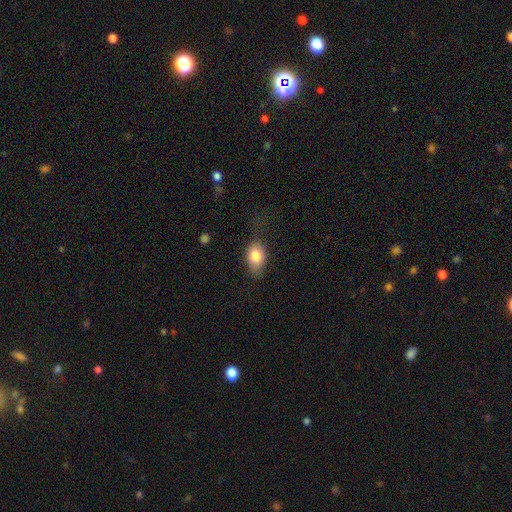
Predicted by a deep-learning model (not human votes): A smooth galaxy with no disk features (81%) that is in between round and cigar-shaped (81%).

Vote fractions:
- Smooth or featured? smooth: 81% / featured or disk: 11% / star or artifact: 8%
- How rounded? in between: 81% / round: 18% / cigar-shaped: 2%
- Merging? none: 62% / minor disturbance: 25% / major disturbance: 11% / merger: 1%